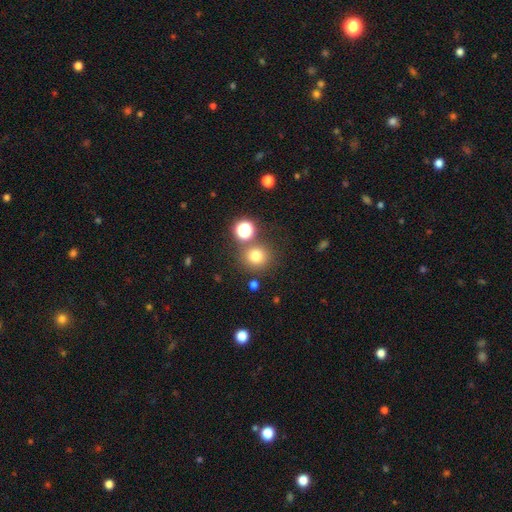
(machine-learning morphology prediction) A smooth galaxy with no disk features (74%) that is round (90%).

Vote fractions:
- Smooth or featured? smooth: 74% / star or artifact: 18% / featured or disk: 8%
- How rounded? round: 90% / in between: 9% / cigar-shaped: 1%
- Merging? none: 77% / merger: 11% / minor disturbance: 8% / major disturbance: 4%